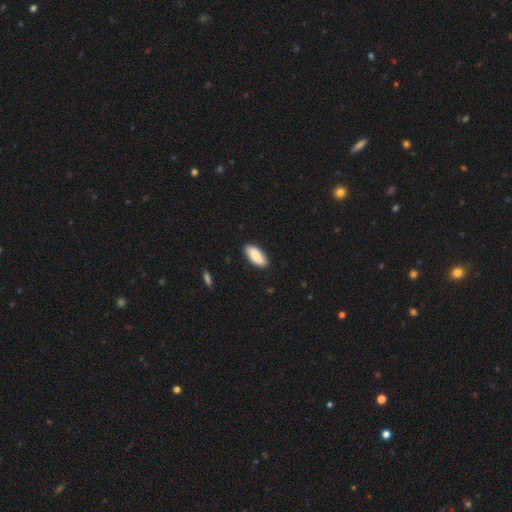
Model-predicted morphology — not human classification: Smooth or featured? smooth (85%)
How rounded? in between (88%)
Merging? none (88%)